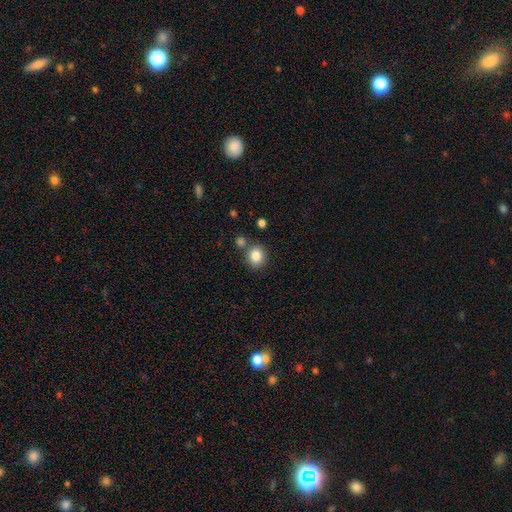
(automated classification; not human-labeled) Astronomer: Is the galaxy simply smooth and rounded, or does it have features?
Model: smooth — 85%.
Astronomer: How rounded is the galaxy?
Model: round — 73%.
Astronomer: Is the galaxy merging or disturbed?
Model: none — 74%.